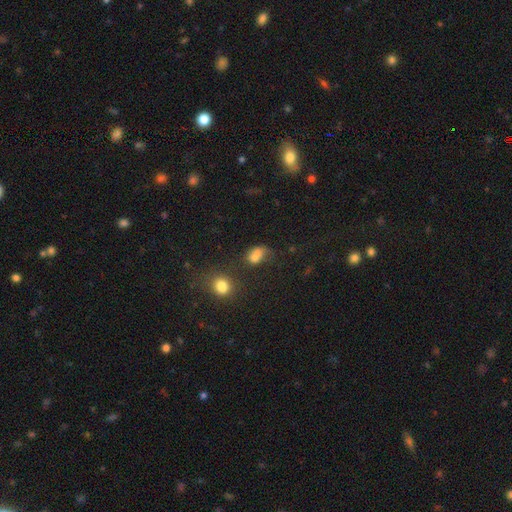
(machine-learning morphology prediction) smooth-or-featured: smooth: 71% | star or artifact: 17% | featured or disk: 12%
  how-rounded: in between: 66% | round: 32% | cigar-shaped: 2%
  merging: none: 34% | merger: 30% | minor disturbance: 21% | major disturbance: 16%